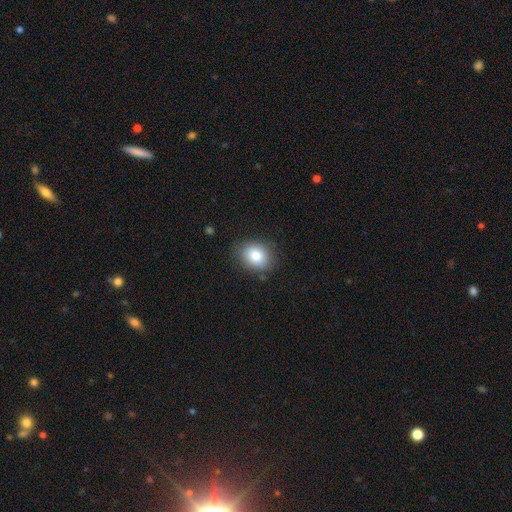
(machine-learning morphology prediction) The model was most divided on "how rounded": round: 55%, in between: 45%, cigar-shaped: 1%. More confident: merging — none (83%); smooth or featured — smooth (83%).